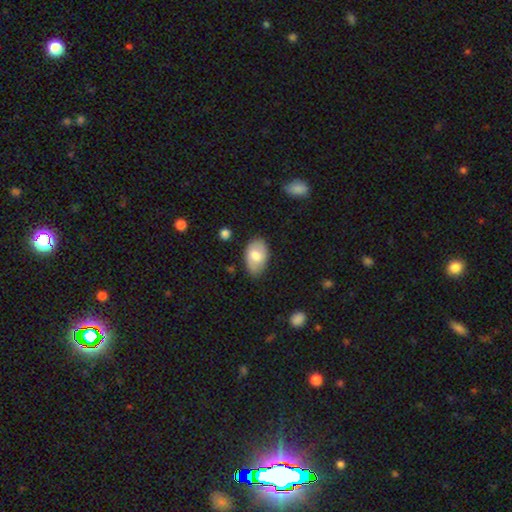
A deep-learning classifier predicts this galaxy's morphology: type=smooth (70%); roundness=in between (93%); merging=none (78%).